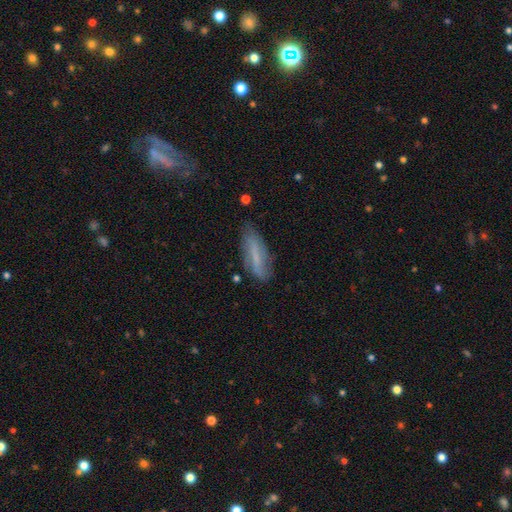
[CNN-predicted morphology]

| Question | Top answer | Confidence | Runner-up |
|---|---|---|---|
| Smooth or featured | smooth | 52% | featured or disk (40%) |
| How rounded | cigar-shaped | 52% | in between (46%) |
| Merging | none | 68% | minor disturbance (22%) |